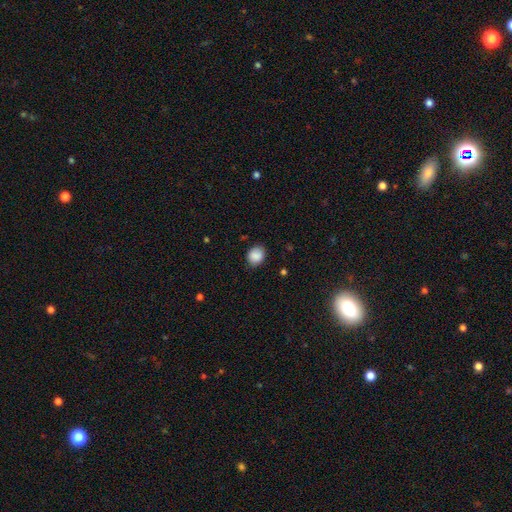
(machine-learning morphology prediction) smooth-or-featured: smooth: 88% | star or artifact: 8% | featured or disk: 4%
  how-rounded: round: 55% | in between: 45% | cigar-shaped: 1%
  merging: none: 81% | minor disturbance: 15% | major disturbance: 3% | merger: 1%